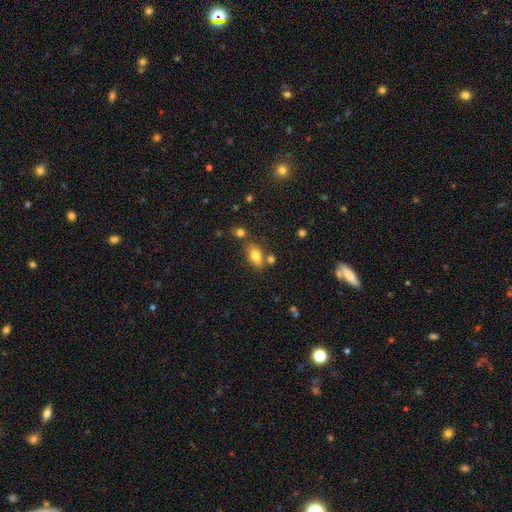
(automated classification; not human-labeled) Smooth or featured?
  - smooth: 77% *
  - featured or disk: 14%
  - star or artifact: 9%
How rounded?
  - in between: 86% *
  - round: 9%
  - cigar-shaped: 5%
Merging?
  - none: 67% *
  - merger: 15%
  - minor disturbance: 14%
  - major disturbance: 4%